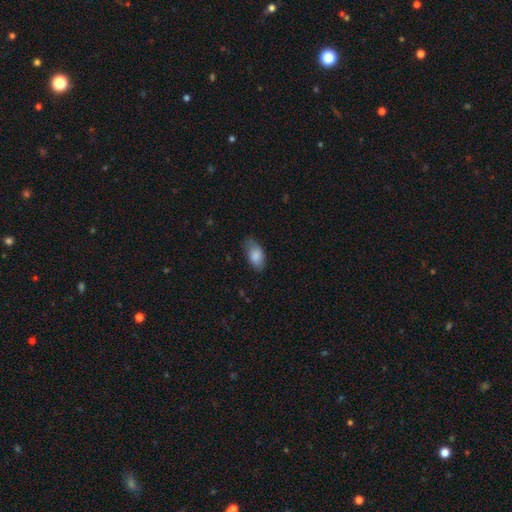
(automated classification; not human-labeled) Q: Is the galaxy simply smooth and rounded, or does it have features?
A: smooth — 85%.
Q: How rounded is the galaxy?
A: in between — 93%.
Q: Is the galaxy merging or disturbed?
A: none — 67%.